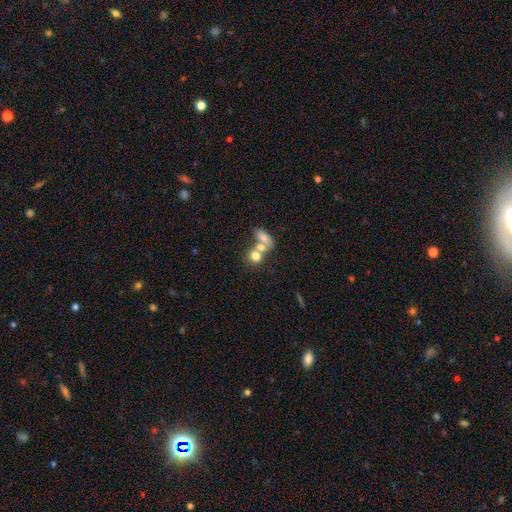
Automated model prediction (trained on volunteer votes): A smooth galaxy with no disk features (72%) that is round (58%).

Vote fractions:
- Smooth or featured? smooth: 72% / featured or disk: 17% / star or artifact: 11%
- How rounded? round: 58% / in between: 40% / cigar-shaped: 2%
- Merging? merger: 58% / none: 28% / minor disturbance: 8% / major disturbance: 6%